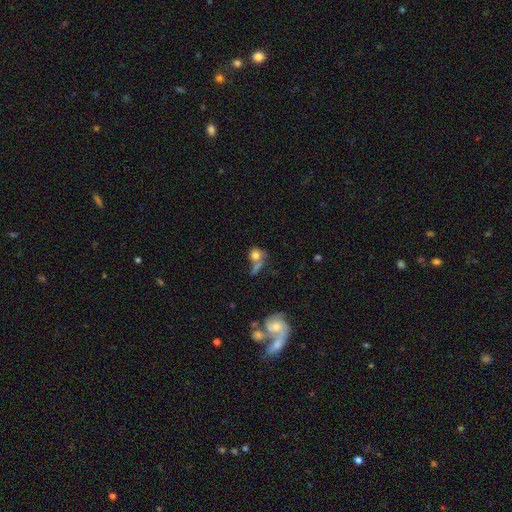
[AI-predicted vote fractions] Q: Smooth or featured?
A: smooth (69%); runner-up: featured or disk (19%)
Q: How rounded?
A: round (69%); runner-up: in between (28%)
Q: Merging?
A: none (37%); runner-up: merger (34%)